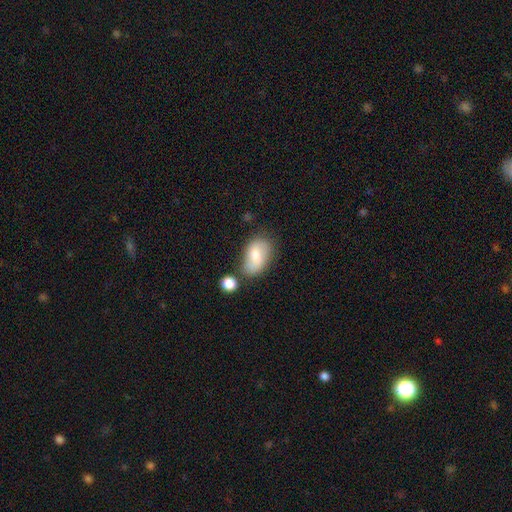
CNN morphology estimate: smooth 70%, featured or disk 22%, star or artifact 8%. Down the decision tree: how rounded — in between (90%); merging — none (55%).